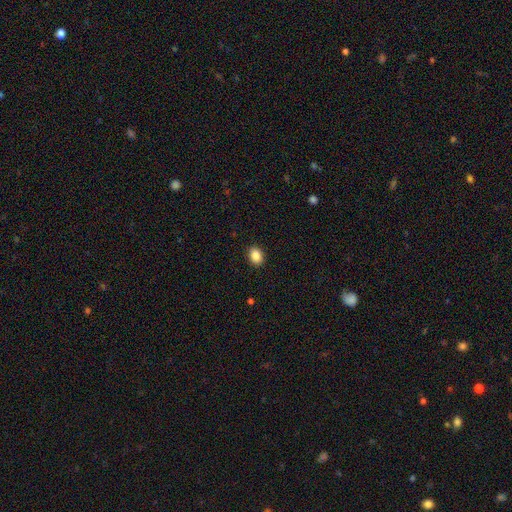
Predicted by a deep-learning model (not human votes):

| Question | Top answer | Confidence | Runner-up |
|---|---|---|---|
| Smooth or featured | smooth | 88% | star or artifact (9%) |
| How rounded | in between | 65% | round (34%) |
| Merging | none | 90% | minor disturbance (7%) |